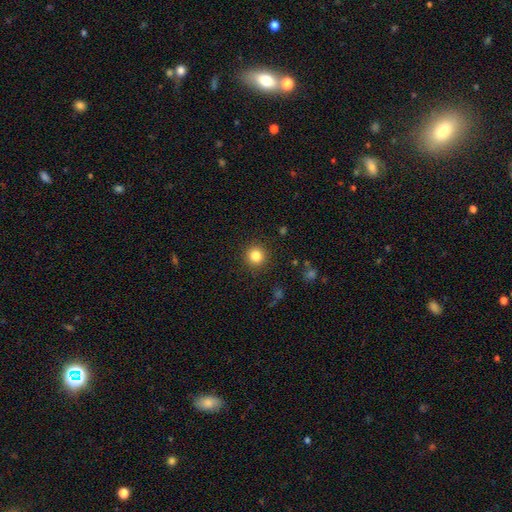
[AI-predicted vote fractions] Smooth or featured? smooth (83%)
How rounded? round (94%)
Merging? none (90%)